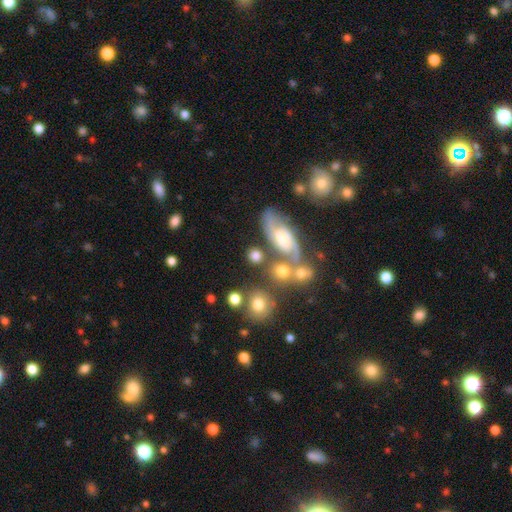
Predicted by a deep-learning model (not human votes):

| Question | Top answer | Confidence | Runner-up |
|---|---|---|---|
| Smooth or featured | smooth | 65% | featured or disk (25%) |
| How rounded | round | 59% | in between (36%) |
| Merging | none | 54% | merger (26%) |